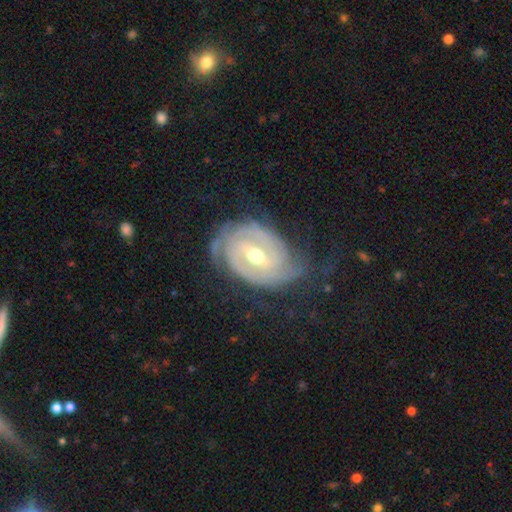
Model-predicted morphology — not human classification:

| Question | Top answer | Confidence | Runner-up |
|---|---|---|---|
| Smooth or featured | featured or disk | 86% | smooth (9%) |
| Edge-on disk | no | 96% | yes (4%) |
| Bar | weak | 49% | strong (30%) |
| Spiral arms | yes | 93% | no (7%) |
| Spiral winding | tight | 64% | medium (27%) |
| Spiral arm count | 2 | 47% | can't tell (26%) |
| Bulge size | moderate | 70% | small (24%) |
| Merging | none | 63% | minor disturbance (24%) |